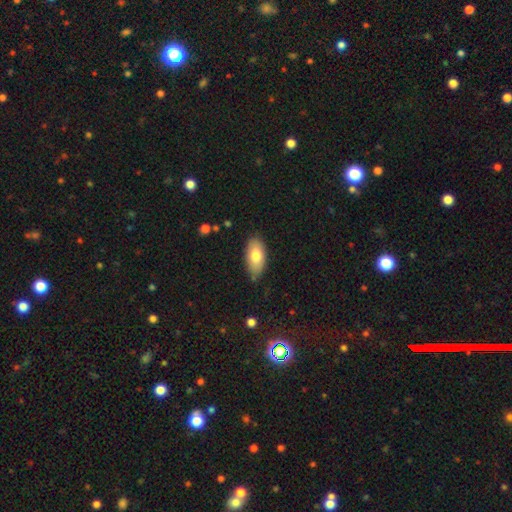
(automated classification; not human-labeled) Smooth or featured?
  - smooth: 78% *
  - featured or disk: 16%
  - star or artifact: 6%
How rounded?
  - in between: 92% *
  - cigar-shaped: 5%
  - round: 3%
Merging?
  - none: 81% *
  - minor disturbance: 14%
  - major disturbance: 3%
  - merger: 2%